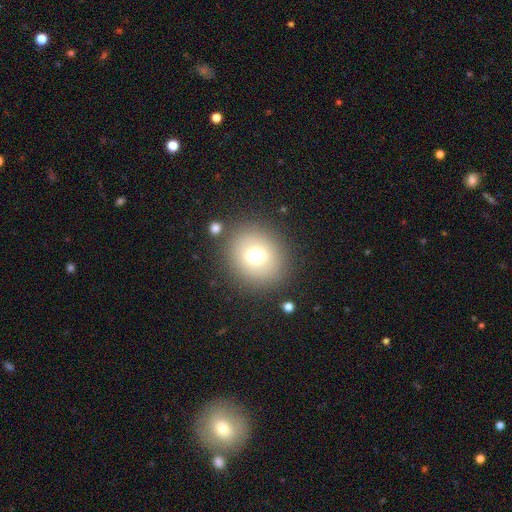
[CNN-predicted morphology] A smooth galaxy with no disk features (68%) that is round (80%).

Vote fractions:
- Smooth or featured? smooth: 68% / star or artifact: 17% / featured or disk: 15%
- How rounded? round: 80% / in between: 19% / cigar-shaped: 1%
- Merging? none: 82% / minor disturbance: 9% / major disturbance: 5% / merger: 4%